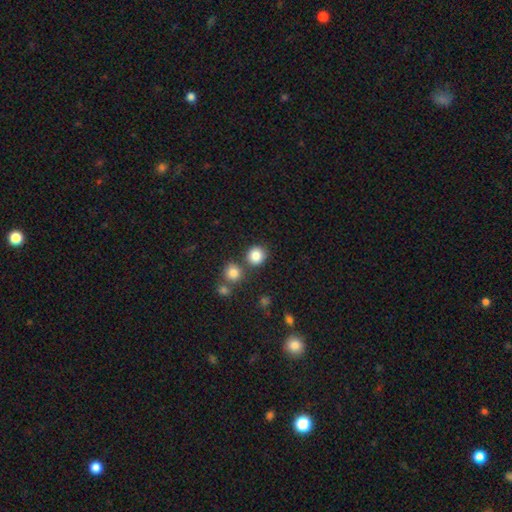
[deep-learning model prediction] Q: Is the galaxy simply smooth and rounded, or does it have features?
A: smooth — 85%.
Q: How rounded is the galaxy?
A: round — 89%.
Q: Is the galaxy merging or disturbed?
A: none — 77%.